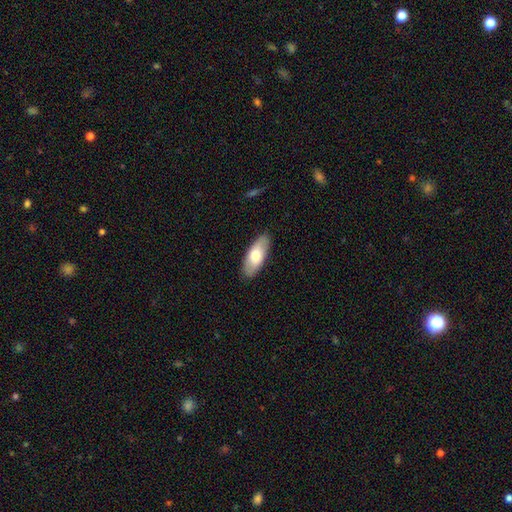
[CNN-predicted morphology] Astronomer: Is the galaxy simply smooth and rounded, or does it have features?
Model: smooth — 68%.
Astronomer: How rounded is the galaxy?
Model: in between — 82%.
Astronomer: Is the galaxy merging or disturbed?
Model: none — 88%.